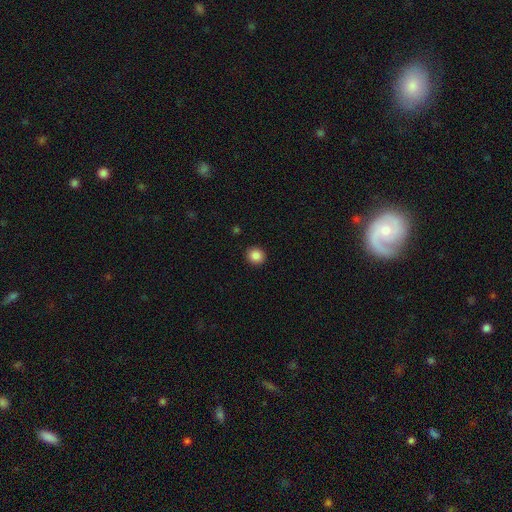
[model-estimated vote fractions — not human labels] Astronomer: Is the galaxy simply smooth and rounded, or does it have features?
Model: smooth — 86%.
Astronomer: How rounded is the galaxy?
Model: round — 85%.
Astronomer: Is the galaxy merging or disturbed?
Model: none — 92%.